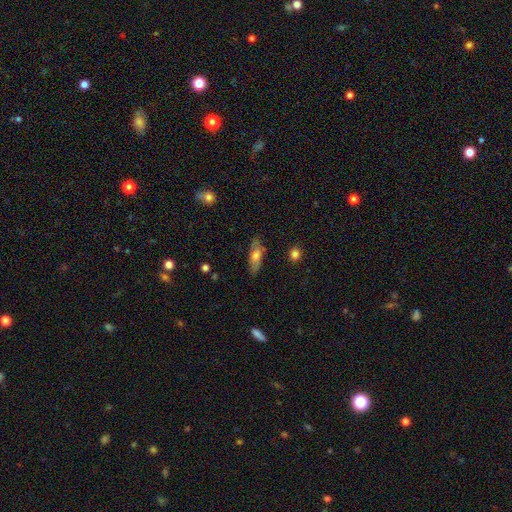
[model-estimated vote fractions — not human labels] Smooth or featured: smooth — 59% (featured or disk — 34%)
How rounded: in between — 63% (cigar-shaped — 33%)
Merging: none — 77% (minor disturbance — 17%)